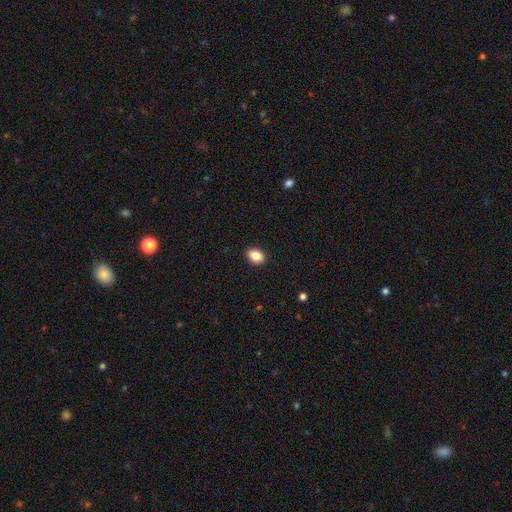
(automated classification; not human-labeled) smooth_or_featured: smooth (p=0.88) [alt: star or artifact p=0.08]
how_rounded: in between (p=0.70) [alt: round p=0.29]
merging: none (p=0.91) [alt: minor disturbance p=0.07]